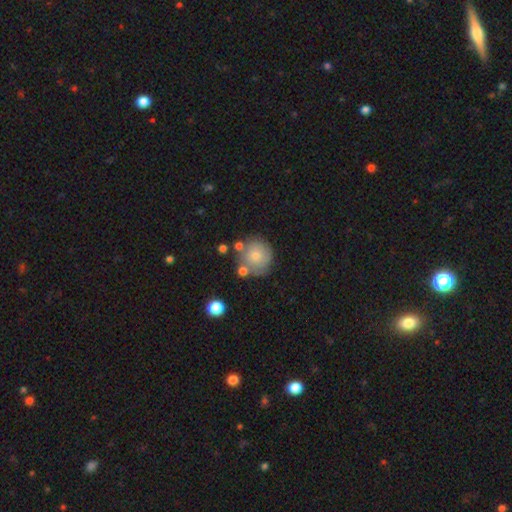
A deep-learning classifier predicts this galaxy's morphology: Smooth or featured? Predicted: smooth (p=0.72). How rounded? Predicted: round (p=0.92). Merging? Predicted: none (p=0.66).